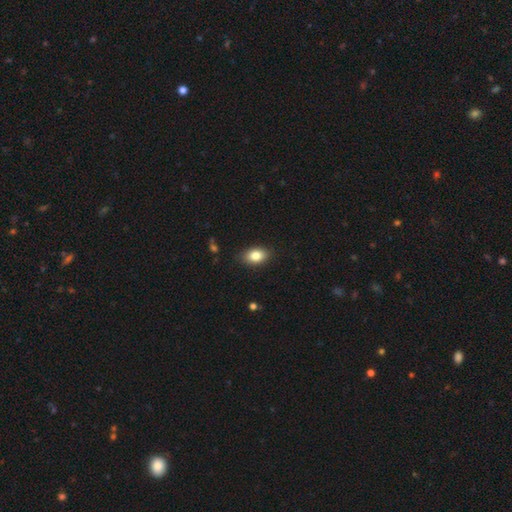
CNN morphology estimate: smooth-or-featured: smooth: 83% | featured or disk: 9% | star or artifact: 8%
  how-rounded: in between: 87% | round: 11% | cigar-shaped: 2%
  merging: none: 87% | minor disturbance: 10% | major disturbance: 2% | merger: 1%